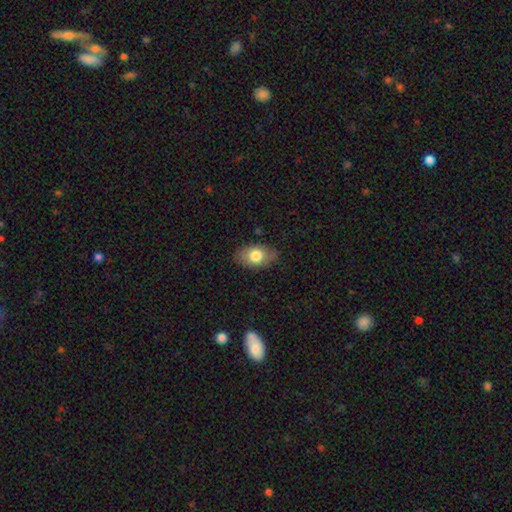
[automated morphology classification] type=smooth (77%); roundness=in between (88%); merging=none (81%).